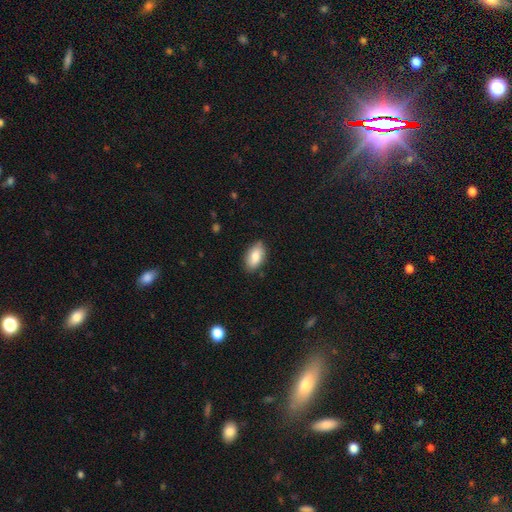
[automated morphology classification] Smooth or featured?
  - smooth: 82% *
  - featured or disk: 12%
  - star or artifact: 7%
How rounded?
  - in between: 93% *
  - round: 4%
  - cigar-shaped: 3%
Merging?
  - none: 83% *
  - minor disturbance: 13%
  - major disturbance: 2%
  - merger: 1%